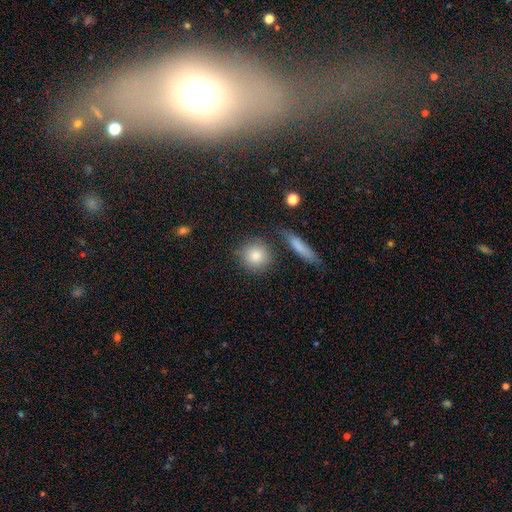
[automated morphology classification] Smooth or featured? Predicted: smooth (p=0.84). How rounded? Predicted: round (p=0.87). Merging? Predicted: none (p=0.76).